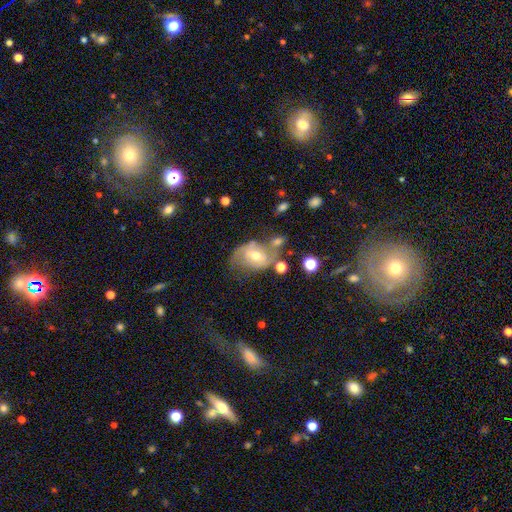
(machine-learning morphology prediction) Smooth or featured? featured or disk (58%)
Edge-on disk? no (94%)
Bar? weak (44%)
Spiral arms? yes (61%)
Bulge size? moderate (69%)
Merging? none (38%)